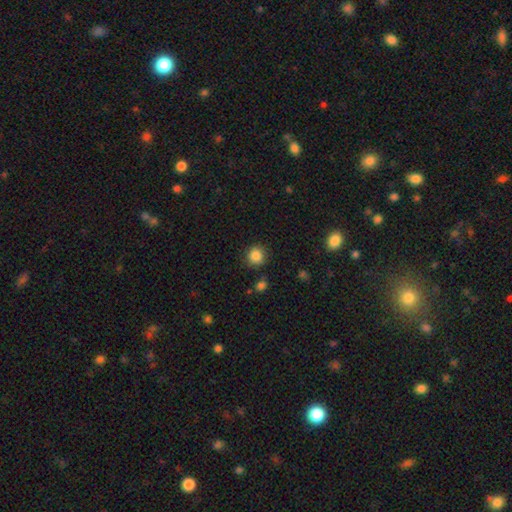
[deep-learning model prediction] Q: Smooth or featured?
A: smooth (86%); runner-up: star or artifact (10%)
Q: How rounded?
A: round (90%); runner-up: in between (9%)
Q: Merging?
A: none (85%); runner-up: minor disturbance (9%)